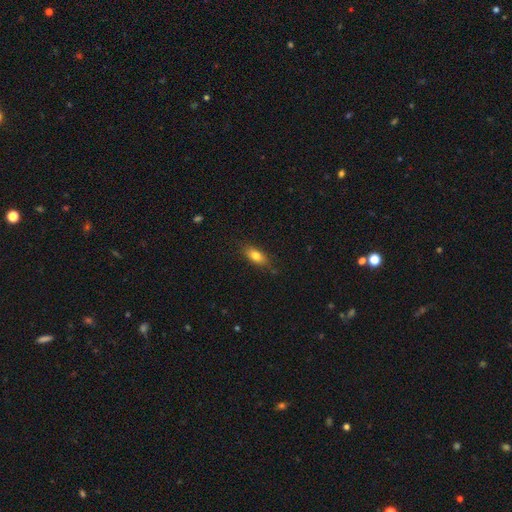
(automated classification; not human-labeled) Q: Smooth or featured?
A: smooth (78%); runner-up: featured or disk (13%)
Q: How rounded?
A: in between (80%); runner-up: cigar-shaped (15%)
Q: Merging?
A: none (79%); runner-up: minor disturbance (16%)